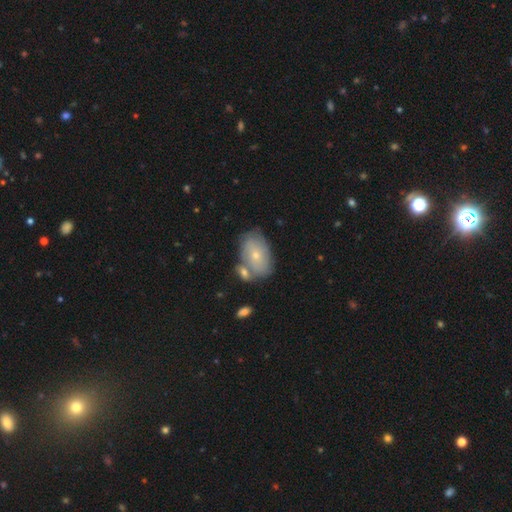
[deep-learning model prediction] Q: Smooth or featured?
A: smooth (60%); runner-up: featured or disk (33%)
Q: How rounded?
A: in between (87%); runner-up: round (11%)
Q: Merging?
A: none (56%); runner-up: merger (21%)